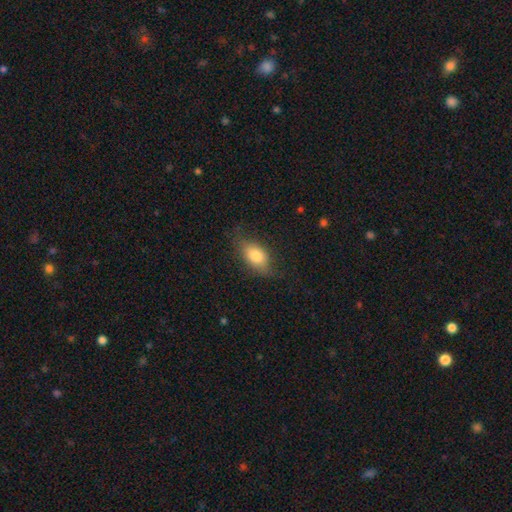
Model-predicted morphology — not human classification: A smooth galaxy with no disk features (78%) that is in between round and cigar-shaped (86%).

Vote fractions:
- Smooth or featured? smooth: 78% / featured or disk: 15% / star or artifact: 7%
- How rounded? in between: 86% / round: 8% / cigar-shaped: 5%
- Merging? none: 69% / minor disturbance: 23% / major disturbance: 8% / merger: 1%